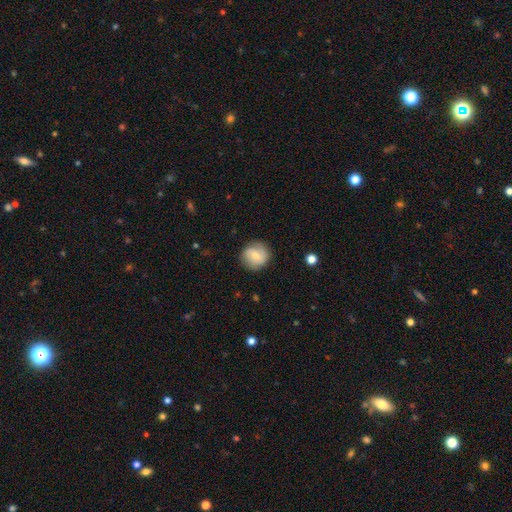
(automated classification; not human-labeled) Q: Smooth or featured?
A: smooth (56%); runner-up: featured or disk (37%)
Q: How rounded?
A: round (87%); runner-up: in between (12%)
Q: Merging?
A: none (80%); runner-up: minor disturbance (14%)